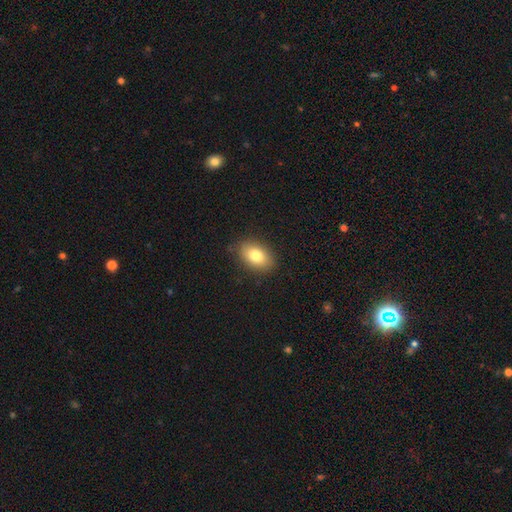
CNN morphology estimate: Smooth or featured? Predicted: smooth (p=0.81). How rounded? Predicted: in between (p=0.87). Merging? Predicted: none (p=0.86).